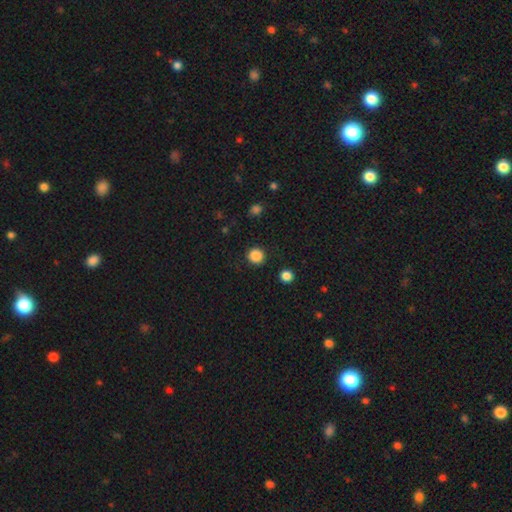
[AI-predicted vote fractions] Smooth or featured? smooth (87%)
How rounded? round (93%)
Merging? none (91%)